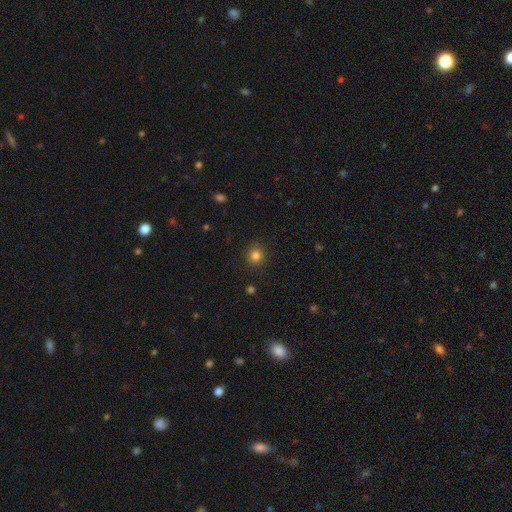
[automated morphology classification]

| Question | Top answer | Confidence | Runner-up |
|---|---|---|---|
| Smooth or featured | smooth | 82% | star or artifact (13%) |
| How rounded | round | 91% | in between (8%) |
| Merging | none | 90% | minor disturbance (7%) |